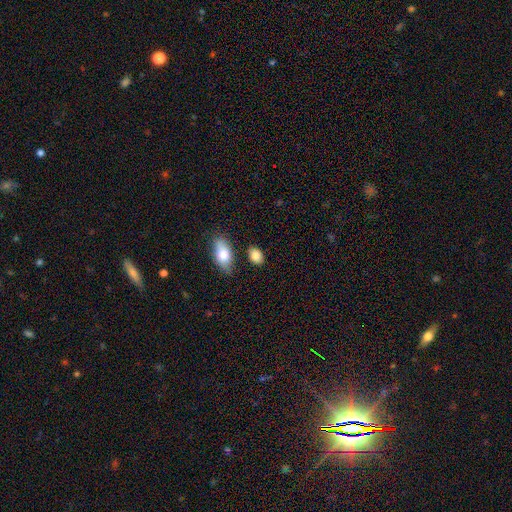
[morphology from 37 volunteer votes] smooth-or-featured: smooth: 97% | featured or disk: 3% | star or artifact: 0%
  how-rounded: in between: 69% | round: 28% | cigar-shaped: 3%
  merging: none: 76% | minor disturbance: 11% | merger: 8% | major disturbance: 5%